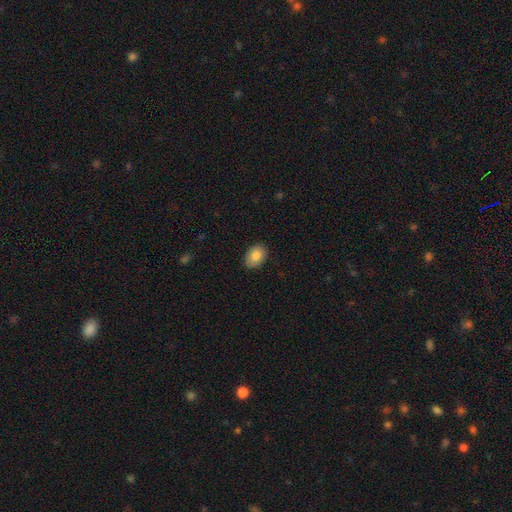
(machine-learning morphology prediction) type=smooth (84%); roundness=in between (80%); merging=none (86%).